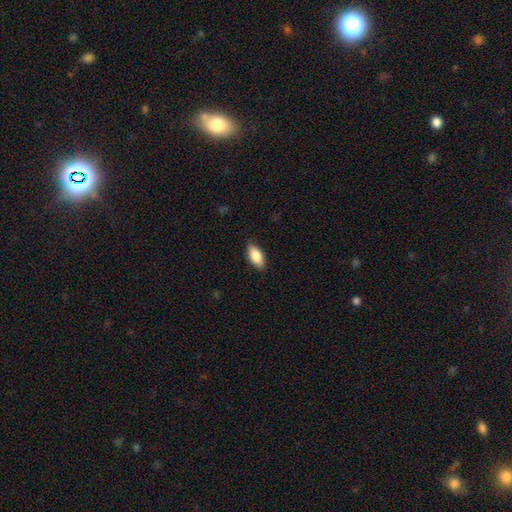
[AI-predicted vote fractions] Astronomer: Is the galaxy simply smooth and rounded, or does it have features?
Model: smooth — 85%.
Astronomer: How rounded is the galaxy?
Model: in between — 89%.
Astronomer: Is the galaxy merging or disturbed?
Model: none — 88%.